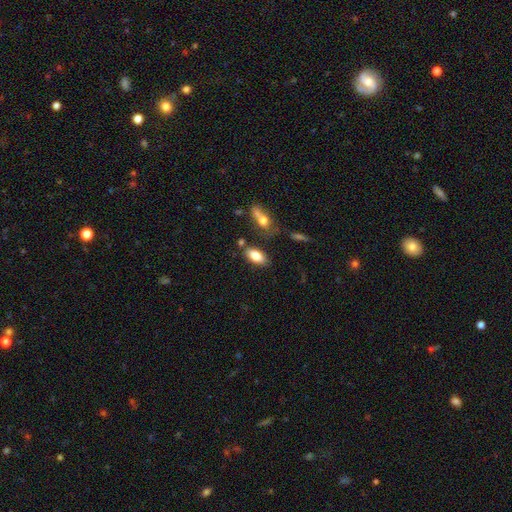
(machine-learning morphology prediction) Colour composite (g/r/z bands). It shows a smooth galaxy with no disk features (82%) that is in between round and cigar-shaped (90%). Merging: none (73%).